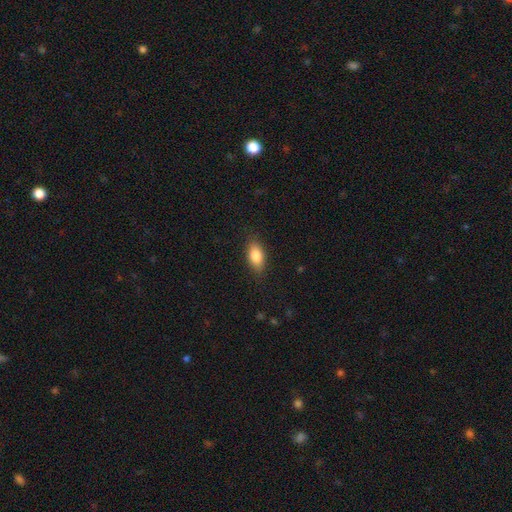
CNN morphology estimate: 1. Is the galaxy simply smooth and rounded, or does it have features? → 84% smooth, 9% featured or disk, 7% star or artifact.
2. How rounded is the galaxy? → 88% in between, 7% cigar-shaped, 6% round.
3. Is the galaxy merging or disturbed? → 85% none, 11% minor disturbance, 3% major disturbance, 1% merger.